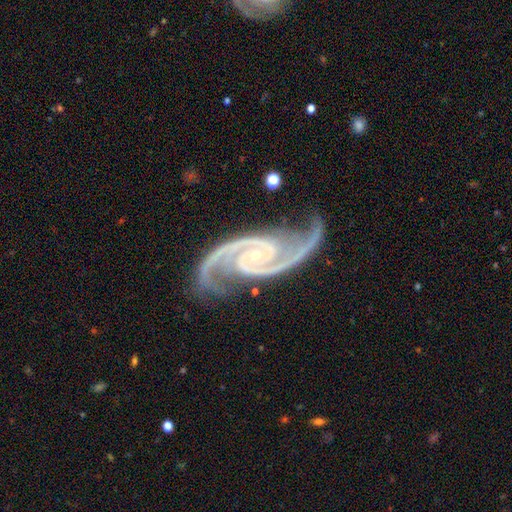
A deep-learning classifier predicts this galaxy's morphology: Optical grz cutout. It shows a featured or disk galaxy (95%) with no bar (55%), 2 (93%) medium (61%) spiral arms (99%) and a small central bulge (84%). Merging: none (75%).